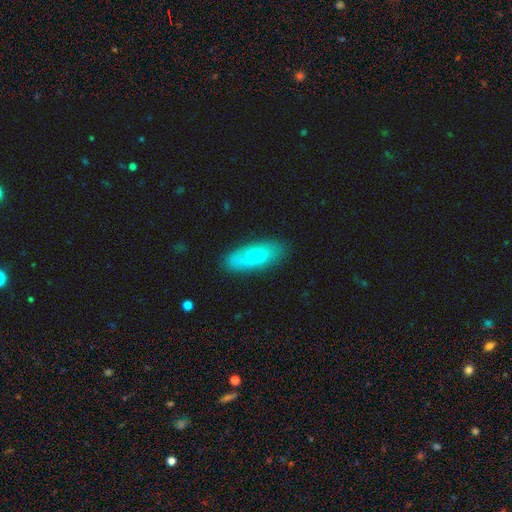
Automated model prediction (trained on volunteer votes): Smooth or featured? smooth (61%)
How rounded? in between (79%)
Merging? none (74%)